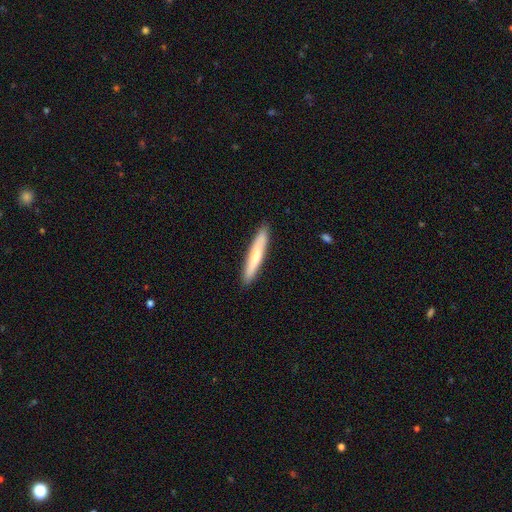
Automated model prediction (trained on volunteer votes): Smooth or featured: smooth — 64% (featured or disk — 30%)
How rounded: cigar-shaped — 93% (in between — 5%)
Merging: none — 90% (minor disturbance — 7%)